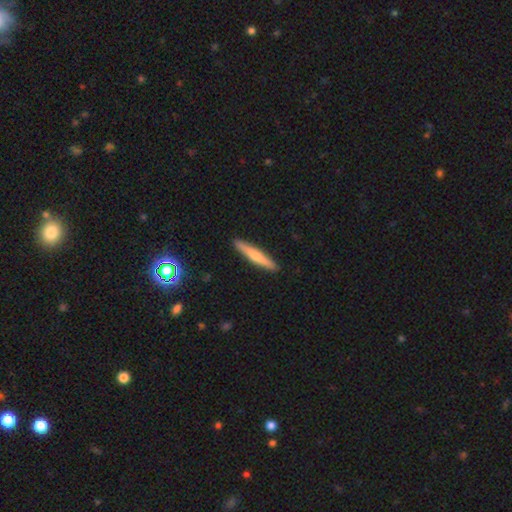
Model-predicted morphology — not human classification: This appears to be a smooth galaxy with no disk features (56%) that is cigar-shaped (93%). Merging: none (92%).